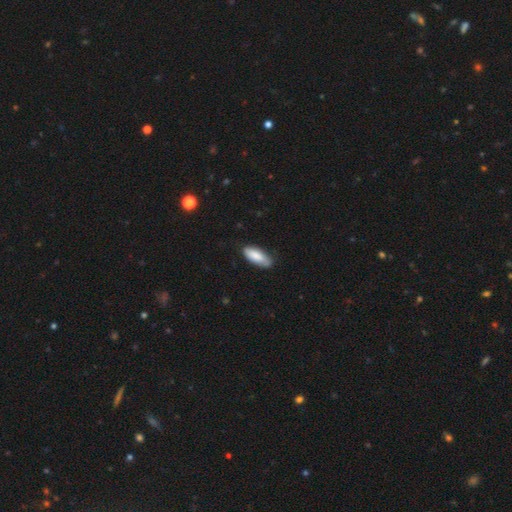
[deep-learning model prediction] The model was most divided on "merging": none: 74%, minor disturbance: 21%, major disturbance: 3%, merger: 1%. More confident: smooth or featured — smooth (85%); how rounded — in between (80%).